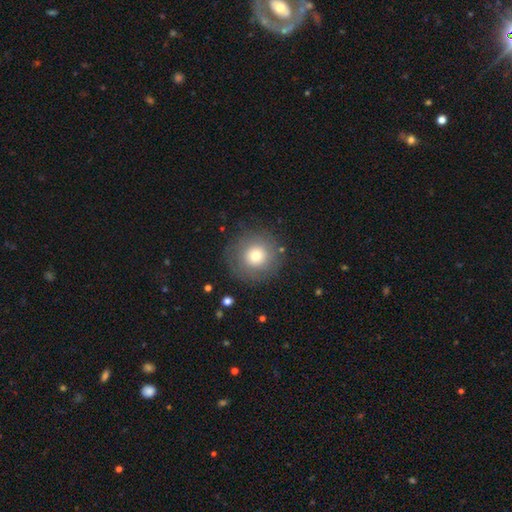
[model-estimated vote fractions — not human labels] Q: Smooth or featured?
A: smooth (69%); runner-up: featured or disk (19%)
Q: How rounded?
A: round (95%); runner-up: in between (4%)
Q: Merging?
A: none (84%); runner-up: minor disturbance (9%)